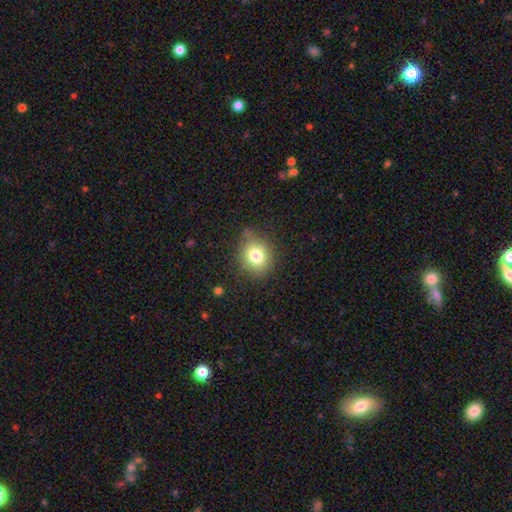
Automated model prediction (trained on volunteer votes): Q: Smooth or featured?
A: smooth (78%); runner-up: star or artifact (11%)
Q: How rounded?
A: round (69%); runner-up: in between (30%)
Q: Merging?
A: none (77%); runner-up: minor disturbance (17%)